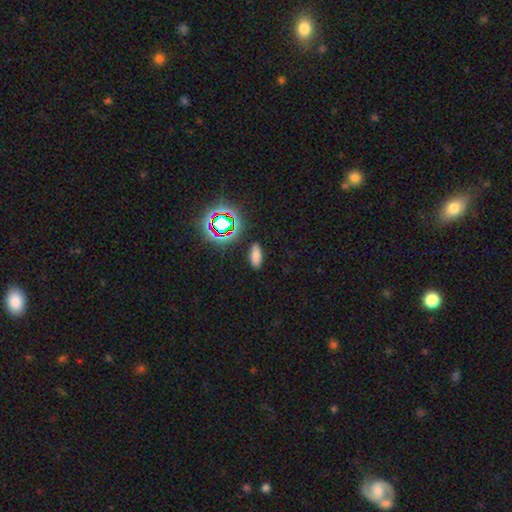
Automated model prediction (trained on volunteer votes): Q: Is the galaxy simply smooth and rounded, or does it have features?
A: smooth — 73%.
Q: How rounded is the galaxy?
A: in between — 72%.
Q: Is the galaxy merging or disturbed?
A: none — 88%.